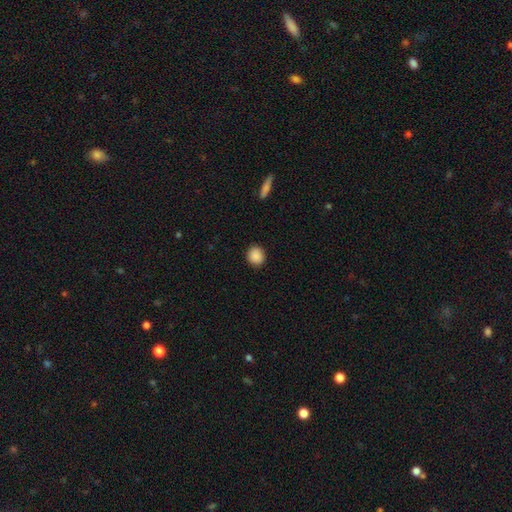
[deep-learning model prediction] smooth 89%, star or artifact 8%, featured or disk 3%. Down the decision tree: how rounded — round (79%); merging — none (88%).